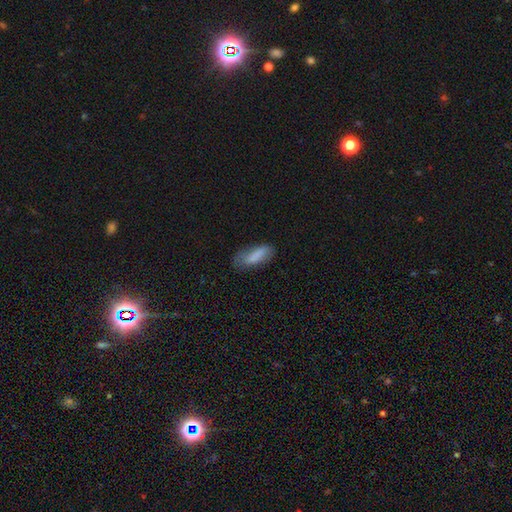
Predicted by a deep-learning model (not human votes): A smooth galaxy with no disk features (77%) that is in between round and cigar-shaped (65%). Merging: none (50%).